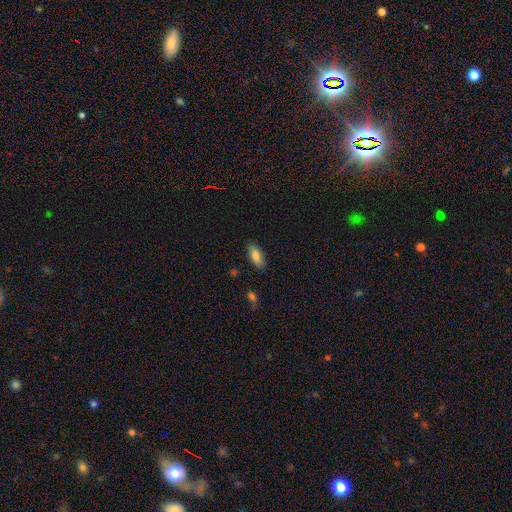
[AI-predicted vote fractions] smooth-or-featured: smooth: 82% | featured or disk: 10% | star or artifact: 8%
  how-rounded: in between: 83% | cigar-shaped: 14% | round: 2%
  merging: none: 86% | minor disturbance: 10% | major disturbance: 2% | merger: 2%